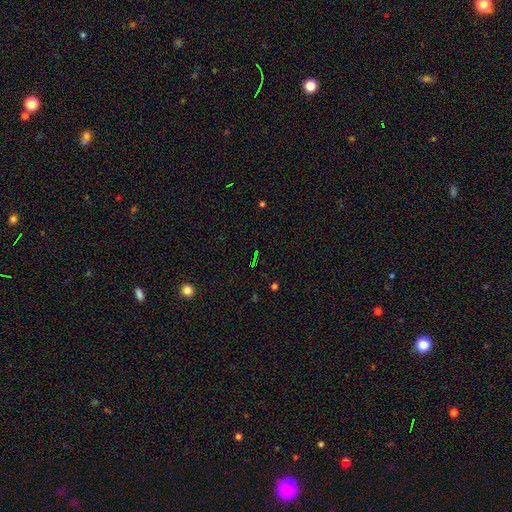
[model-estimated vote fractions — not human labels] Smooth or featured? star or artifact (71%)